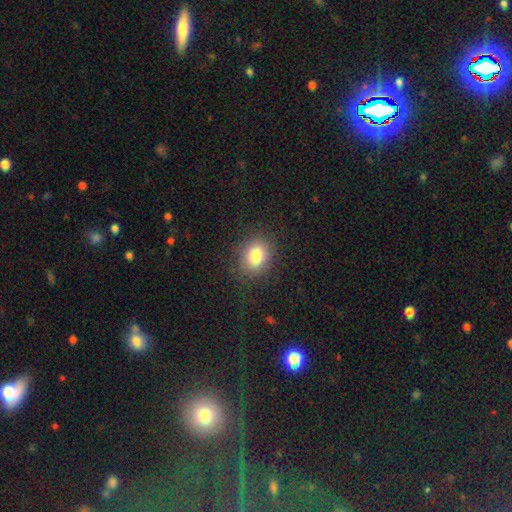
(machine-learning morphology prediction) smooth-or-featured: smooth: 82% | star or artifact: 11% | featured or disk: 7%
  how-rounded: round: 50% | in between: 49% | cigar-shaped: 1%
  merging: none: 86% | minor disturbance: 9% | major disturbance: 4% | merger: 1%